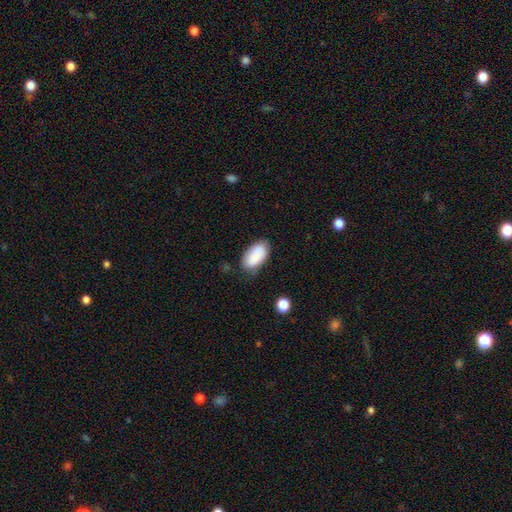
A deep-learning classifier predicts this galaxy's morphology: Smooth or featured?
  - smooth: 87% *
  - star or artifact: 7%
  - featured or disk: 6%
How rounded?
  - in between: 95% *
  - round: 3%
  - cigar-shaped: 2%
Merging?
  - none: 74% *
  - minor disturbance: 19%
  - major disturbance: 4%
  - merger: 2%